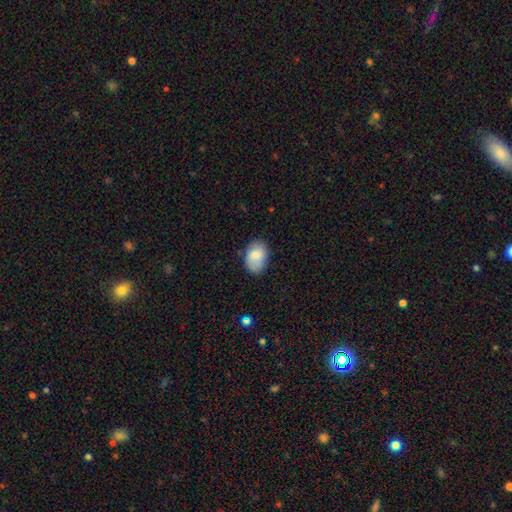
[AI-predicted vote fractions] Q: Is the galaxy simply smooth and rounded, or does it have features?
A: smooth — 83%.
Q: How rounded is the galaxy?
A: in between — 85%.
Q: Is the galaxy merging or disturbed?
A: none — 73%.